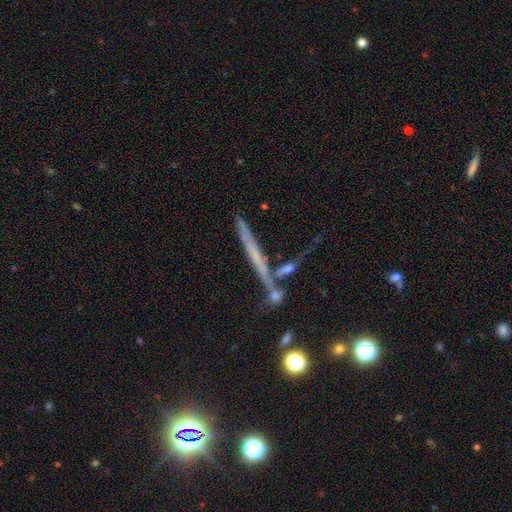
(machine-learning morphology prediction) Overall: featured or disk (56%; smooth 30%). Edge-on disk: yes (94%). Edge-on bulge: none (68%). Merging: none (71%).